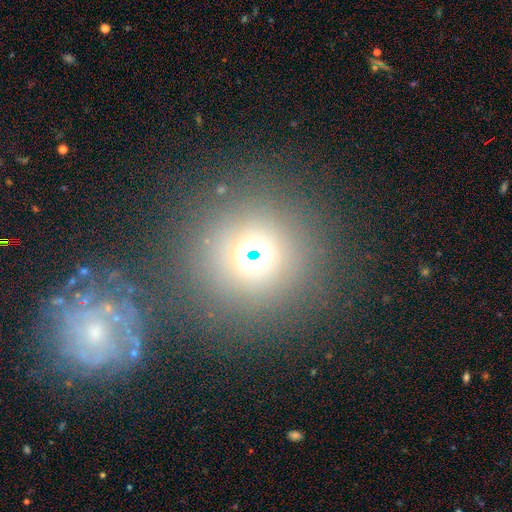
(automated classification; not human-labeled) Overall: smooth (45%; star or artifact 42%). Merging: none (85%).